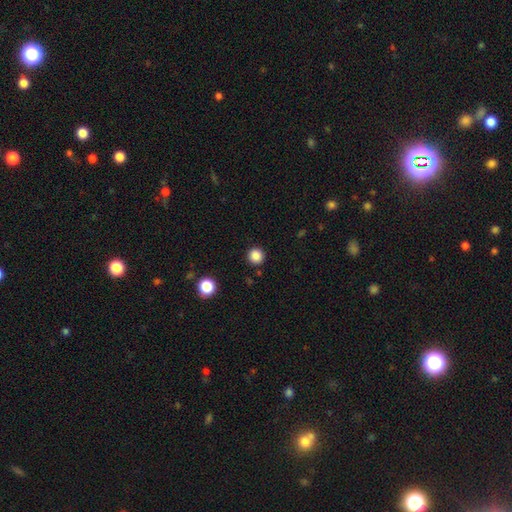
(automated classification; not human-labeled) Smooth or featured? smooth (86%)
How rounded? round (95%)
Merging? none (91%)